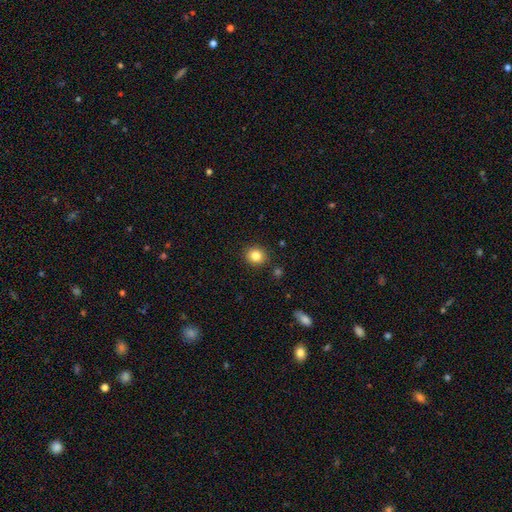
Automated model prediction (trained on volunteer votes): Smooth or featured?
  - smooth: 83% *
  - star or artifact: 11%
  - featured or disk: 6%
How rounded?
  - round: 85% *
  - in between: 14%
  - cigar-shaped: 1%
Merging?
  - none: 89% *
  - minor disturbance: 7%
  - merger: 2%
  - major disturbance: 2%